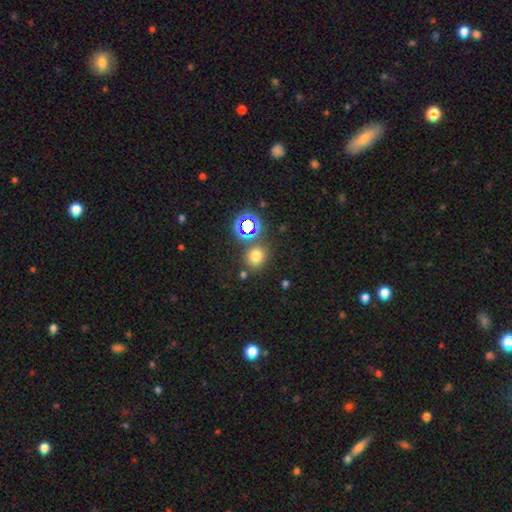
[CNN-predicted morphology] This appears to be a smooth galaxy with no disk features (69%) that is round (78%). Merging: none (76%).